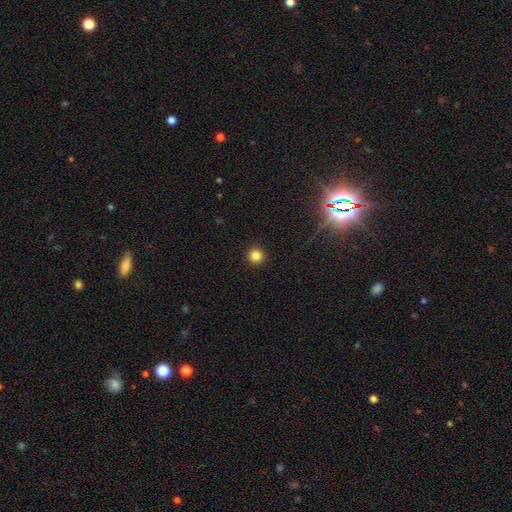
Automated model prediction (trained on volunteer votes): The model was most divided on "smooth or featured": smooth: 83%, star or artifact: 13%, featured or disk: 4%. More confident: how rounded — round (96%); merging — none (93%).